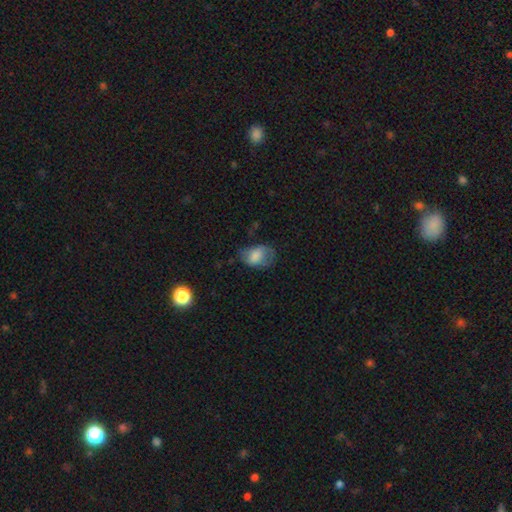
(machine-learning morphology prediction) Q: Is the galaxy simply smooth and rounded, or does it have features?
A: smooth — 69%.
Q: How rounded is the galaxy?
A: in between — 81%.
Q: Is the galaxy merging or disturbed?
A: none — 45%.